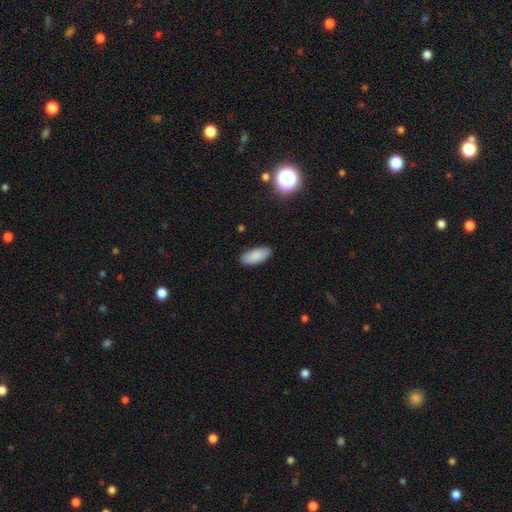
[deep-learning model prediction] Q: Smooth or featured?
A: smooth (86%); runner-up: star or artifact (7%)
Q: How rounded?
A: in between (90%); runner-up: cigar-shaped (8%)
Q: Merging?
A: none (86%); runner-up: minor disturbance (11%)